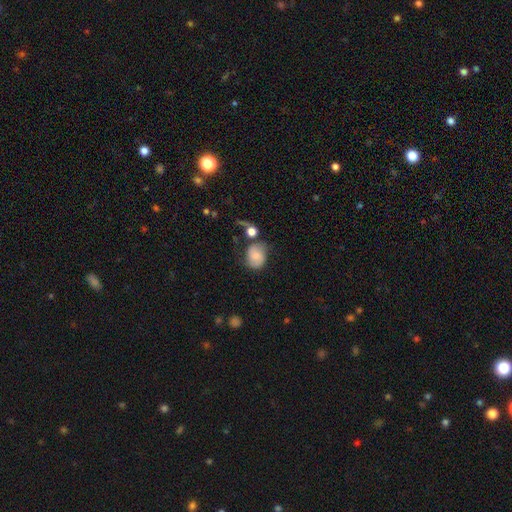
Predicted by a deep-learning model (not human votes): smooth-or-featured: smooth: 57% | featured or disk: 33% | star or artifact: 10%
  how-rounded: round: 57% | in between: 42% | cigar-shaped: 1%
  merging: none: 57% | minor disturbance: 22% | merger: 11% | major disturbance: 9%